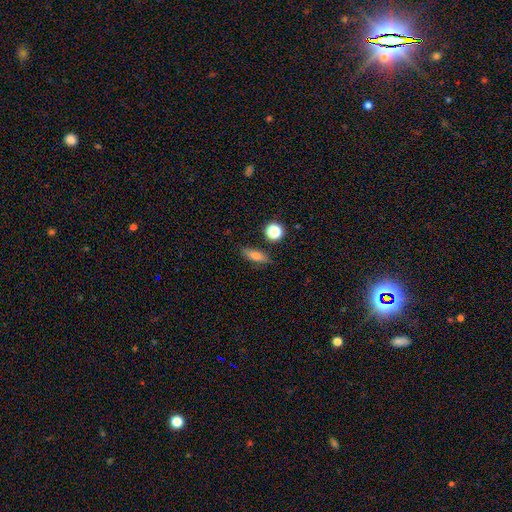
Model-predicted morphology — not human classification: smooth_or_featured: smooth (p=0.72) [alt: featured or disk p=0.18]
how_rounded: in between (p=0.51) [alt: cigar-shaped p=0.41]
merging: none (p=0.82) [alt: minor disturbance p=0.12]